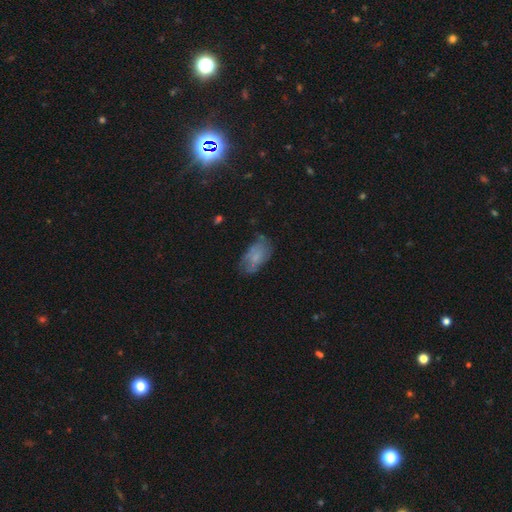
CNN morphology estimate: Overall: smooth (58%; featured or disk 31%). How rounded: in between (92%). Merging: none (56%; minor disturbance 29%).